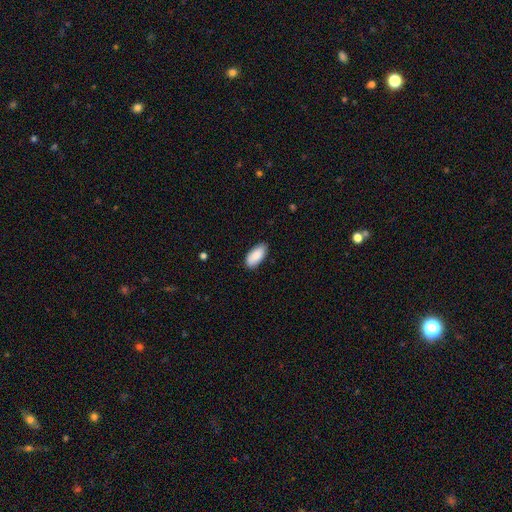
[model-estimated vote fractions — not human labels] This is clearly a smooth galaxy (89%). How rounded: clearly in between (92%). Merging: clearly none (85%).